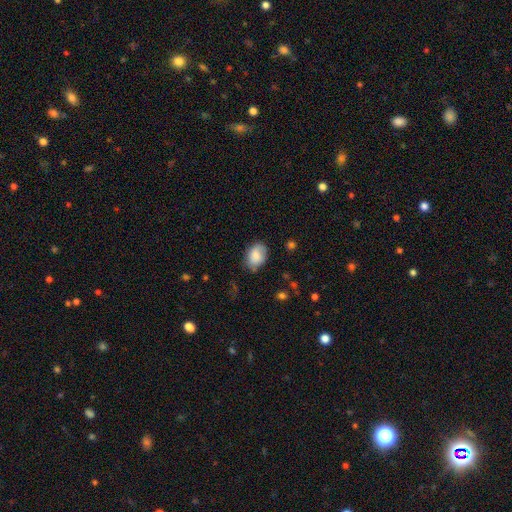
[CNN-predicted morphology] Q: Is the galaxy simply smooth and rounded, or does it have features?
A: smooth — 82%.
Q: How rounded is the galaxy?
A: in between — 78%.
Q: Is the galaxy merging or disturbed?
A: none — 69%.